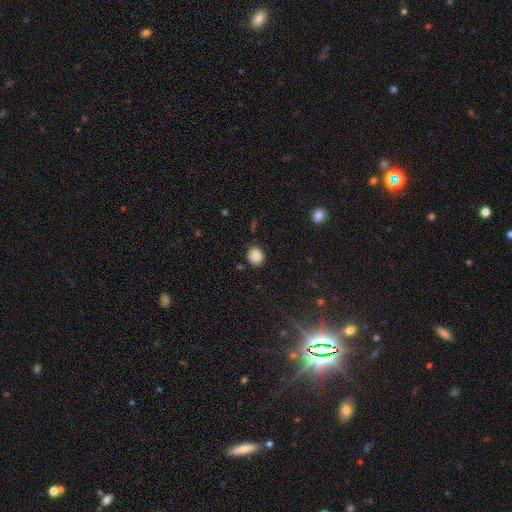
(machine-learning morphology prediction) The model was most divided on "how rounded": round: 84%, in between: 15%, cigar-shaped: 1%. More confident: smooth or featured — smooth (86%); merging — none (85%).